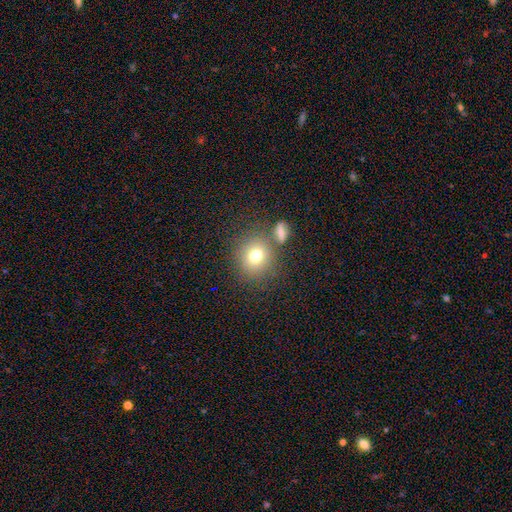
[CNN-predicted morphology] Smooth or featured? smooth (75%)
How rounded? round (82%)
Merging? none (73%)